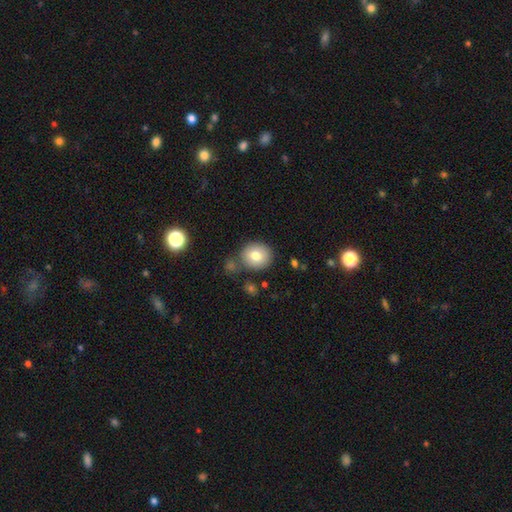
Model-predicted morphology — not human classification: type=smooth (77%); roundness=round (80%); merging=none (74%).